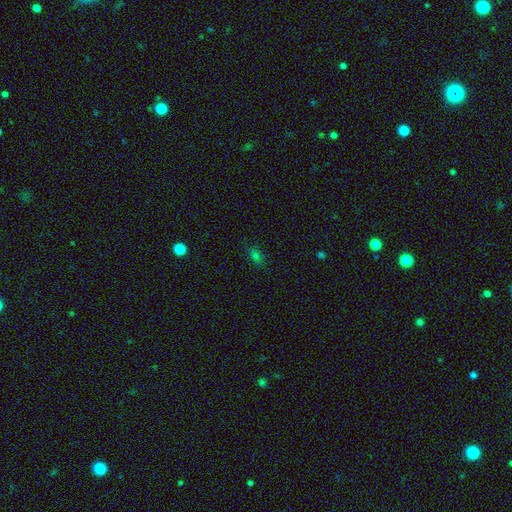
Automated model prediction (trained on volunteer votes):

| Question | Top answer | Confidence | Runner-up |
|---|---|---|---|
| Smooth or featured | smooth | 70% | star or artifact (24%) |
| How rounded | in between | 78% | round (17%) |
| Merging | none | 81% | minor disturbance (13%) |